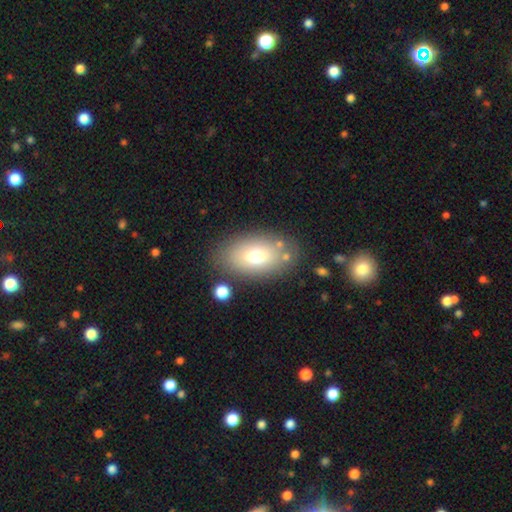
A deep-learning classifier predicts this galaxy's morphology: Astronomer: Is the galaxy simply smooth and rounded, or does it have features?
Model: smooth — 70%.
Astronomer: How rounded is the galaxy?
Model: in between — 87%.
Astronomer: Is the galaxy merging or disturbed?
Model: none — 78%.